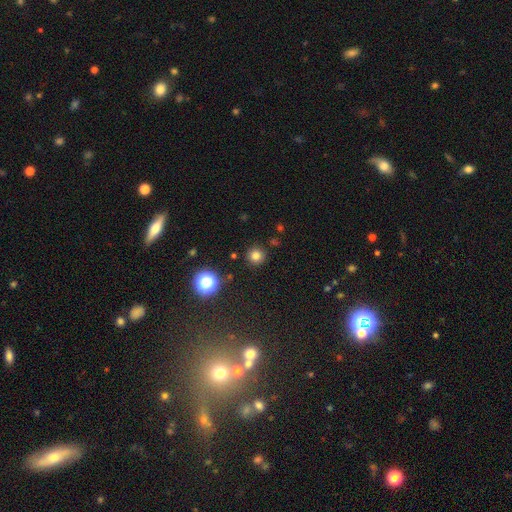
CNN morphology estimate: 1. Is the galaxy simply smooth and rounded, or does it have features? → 78% smooth, 17% star or artifact, 5% featured or disk.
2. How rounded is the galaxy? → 95% round, 5% in between, 1% cigar-shaped.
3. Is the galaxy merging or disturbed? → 90% none, 6% minor disturbance, 2% major disturbance, 2% merger.